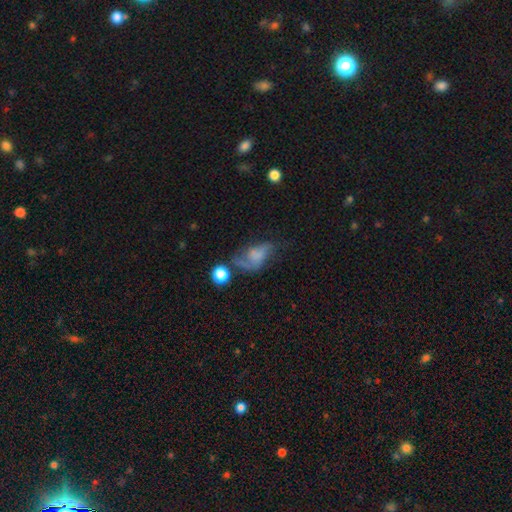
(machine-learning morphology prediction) A smooth galaxy with no disk features (48%).

Vote fractions:
- Smooth or featured? smooth: 48% / featured or disk: 38% / star or artifact: 14%
- Merging? major disturbance: 40% / none: 26% / minor disturbance: 24% / merger: 10%